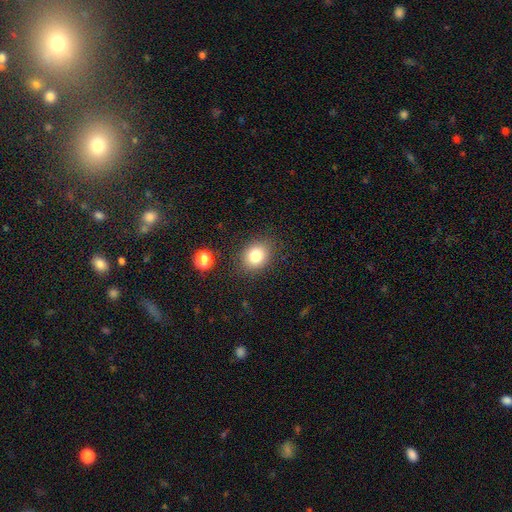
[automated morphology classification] Smooth or featured? smooth (81%)
How rounded? round (53%)
Merging? none (84%)